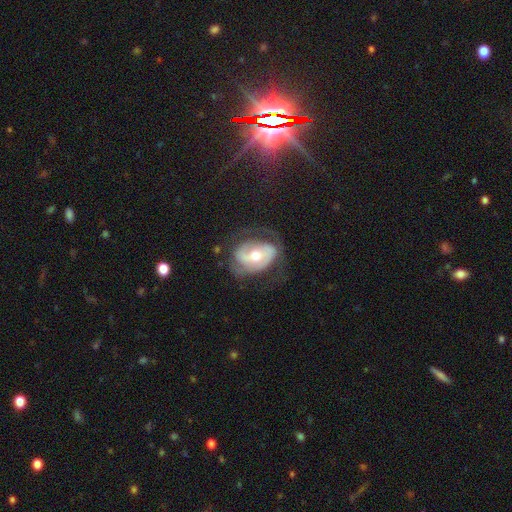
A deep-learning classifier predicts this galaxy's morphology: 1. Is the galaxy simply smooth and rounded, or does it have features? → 72% featured or disk, 21% smooth, 7% star or artifact.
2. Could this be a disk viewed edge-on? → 95% no, 5% yes.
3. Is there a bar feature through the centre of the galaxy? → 42% no, 35% weak, 23% strong.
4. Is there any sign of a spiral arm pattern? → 78% yes, 22% no.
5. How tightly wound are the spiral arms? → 40% medium, 37% tight, 23% loose.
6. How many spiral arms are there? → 64% 2, 21% can't tell, 7% 1, 5% 3, 2% 4, 2% more than 4.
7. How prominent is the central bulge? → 61% moderate, 32% small, 4% large, 1% none, 1% dominant.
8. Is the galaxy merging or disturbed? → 56% none, 21% minor disturbance, 21% major disturbance, 2% merger.